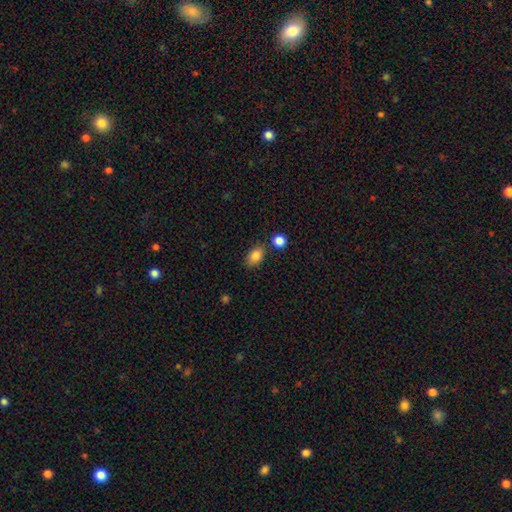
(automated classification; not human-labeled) Smooth or featured? smooth (85%)
How rounded? in between (82%)
Merging? none (77%)